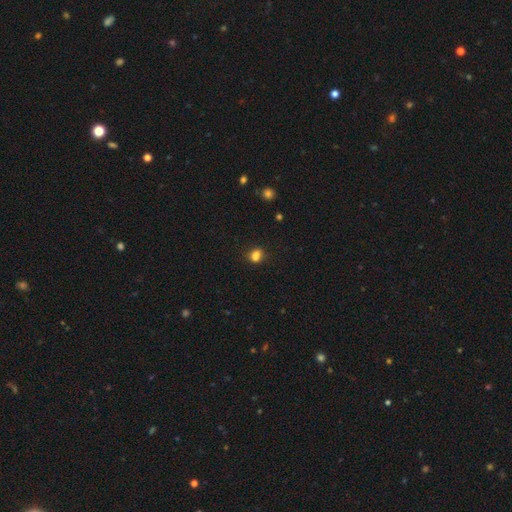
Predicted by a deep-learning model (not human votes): This appears to be a smooth galaxy with no disk features (80%) that is in between round and cigar-shaped (56%). Merging: none (65%).